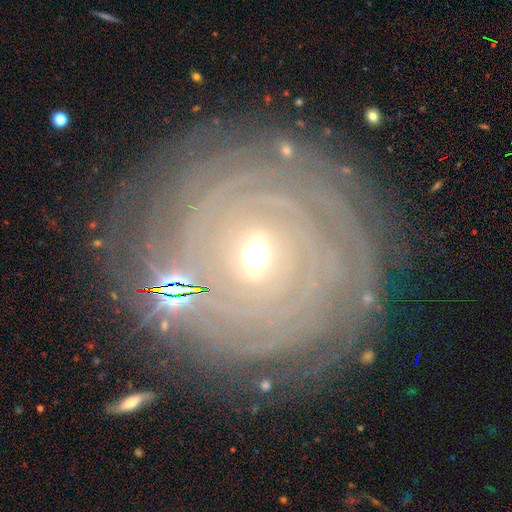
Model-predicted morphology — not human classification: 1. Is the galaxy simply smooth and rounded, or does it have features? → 82% featured or disk, 10% smooth, 8% star or artifact.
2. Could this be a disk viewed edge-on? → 97% no, 3% yes.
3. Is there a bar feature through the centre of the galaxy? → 56% no, 31% weak, 13% strong.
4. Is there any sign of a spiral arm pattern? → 93% yes, 7% no.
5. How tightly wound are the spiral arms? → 90% tight, 8% medium, 2% loose.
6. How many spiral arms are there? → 38% can't tell, 18% more than 4, 15% 4, 12% 3, 10% 2, 7% 1.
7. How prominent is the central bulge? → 49% moderate, 47% small, 2% large, 1% dominant, 1% none.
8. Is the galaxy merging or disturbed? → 82% none, 10% minor disturbance, 4% major disturbance, 3% merger.